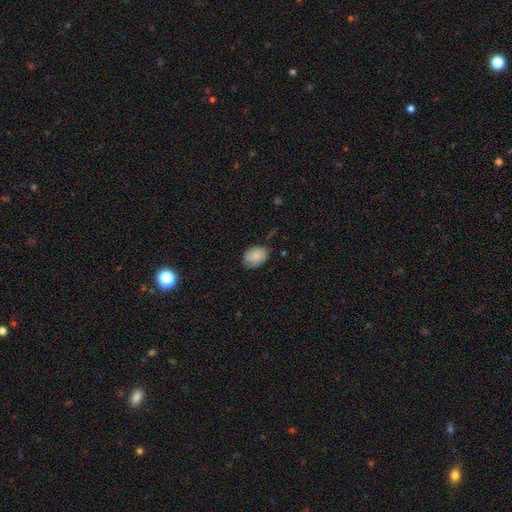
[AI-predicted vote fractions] smooth-or-featured: smooth: 82% | featured or disk: 11% | star or artifact: 7%
  how-rounded: in between: 81% | round: 18% | cigar-shaped: 1%
  merging: none: 72% | minor disturbance: 22% | major disturbance: 4% | merger: 1%